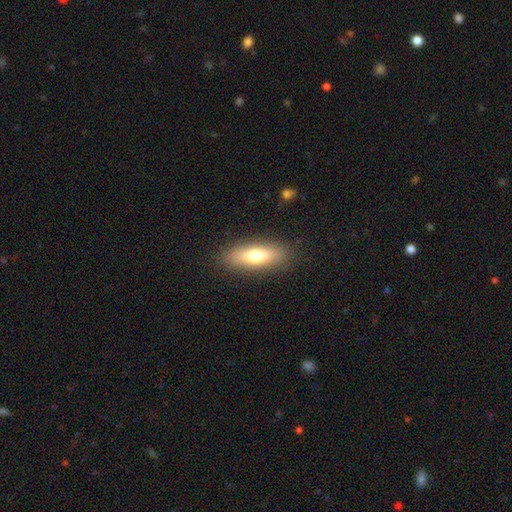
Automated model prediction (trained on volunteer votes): Overall: smooth (70%). How rounded: in between (56%; cigar-shaped 41%). Merging: none (87%).